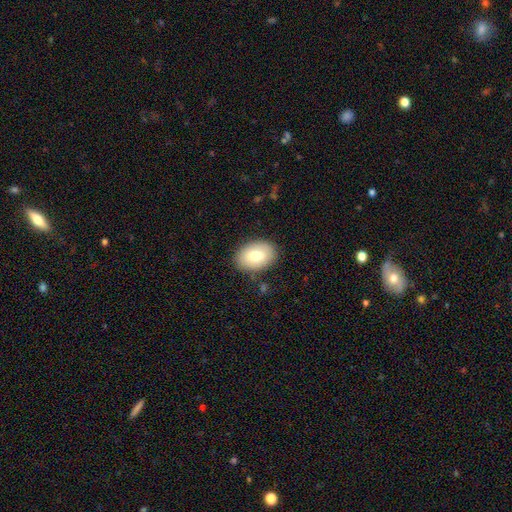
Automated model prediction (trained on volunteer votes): Morphology: type=smooth (76%); roundness=in between (83%); merging=none (86%).